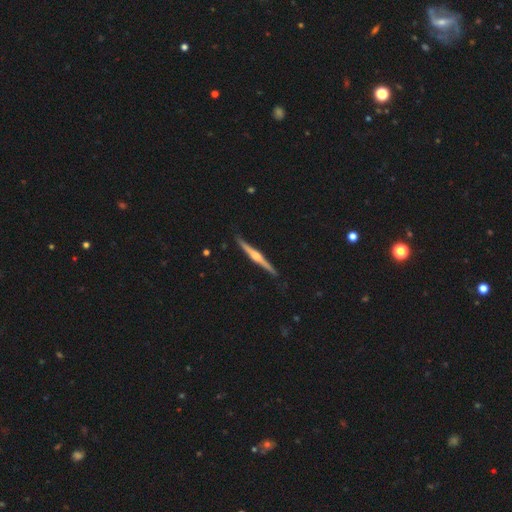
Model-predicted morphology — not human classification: A featured or disk galaxy (80%) viewed edge-on (99%) with a rounded central bulge (85%).

Vote fractions:
- Smooth or featured? featured or disk: 80% / smooth: 15% / star or artifact: 5%
- Edge-on disk? yes: 99% / no: 1%
- Edge-on bulge? rounded: 85% / boxy: 10% / none: 5%
- Merging? none: 90% / minor disturbance: 7% / major disturbance: 1% / merger: 1%